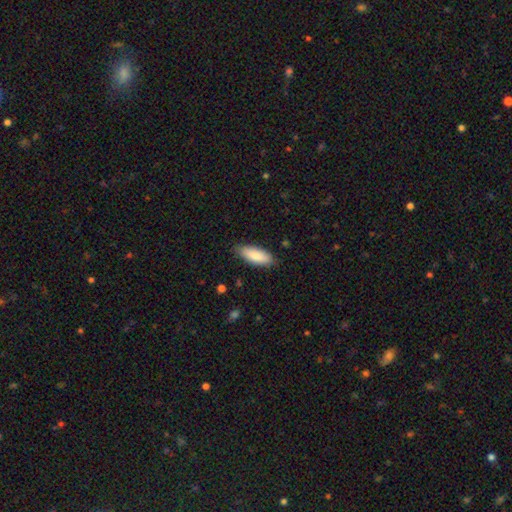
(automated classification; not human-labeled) A smooth galaxy with no disk features (86%) that is in between round and cigar-shaped (71%).

Vote fractions:
- Smooth or featured? smooth: 86% / featured or disk: 8% / star or artifact: 6%
- How rounded? in between: 71% / cigar-shaped: 28% / round: 2%
- Merging? none: 84% / minor disturbance: 13% / major disturbance: 2% / merger: 1%